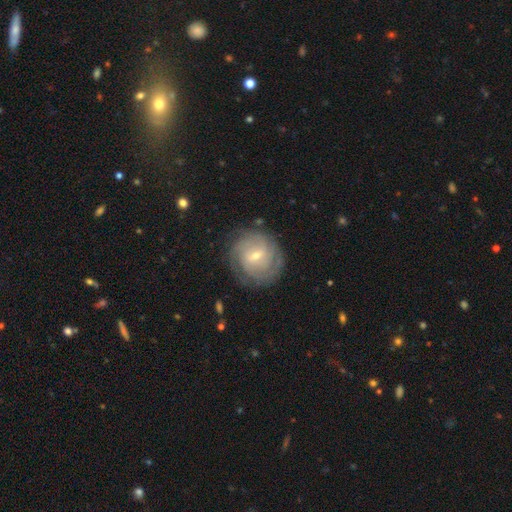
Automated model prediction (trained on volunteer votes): A featured or disk galaxy (75%) with a weak bar (58%), tight (69%) spiral arms (90%) and a small central bulge (66%). Merging: none (81%).